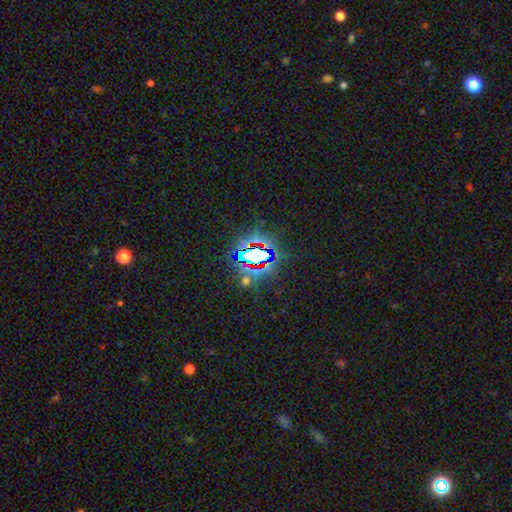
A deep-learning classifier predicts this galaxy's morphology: A star or artifact, not a galaxy (74%).

Vote fractions:
- Smooth or featured? star or artifact: 74% / smooth: 15% / featured or disk: 11%